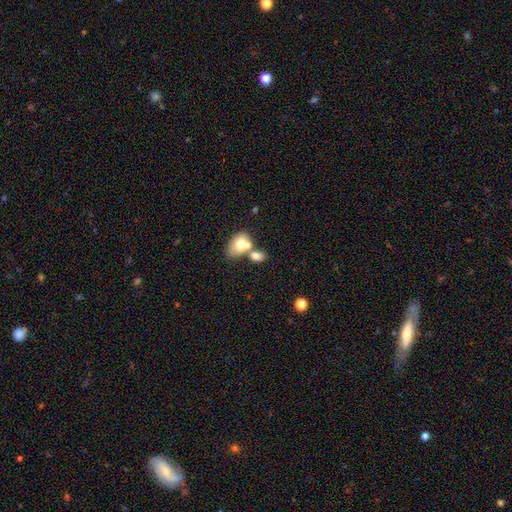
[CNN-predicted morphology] Smooth or featured? Predicted: smooth (p=0.72). How rounded? Predicted: in between (p=0.78). Merging? Predicted: merger (p=0.60).